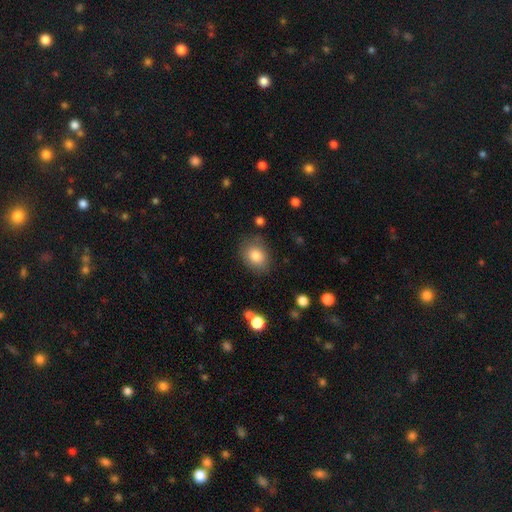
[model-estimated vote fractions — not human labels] Smooth or featured: smooth — 83% (star or artifact — 8%)
How rounded: in between — 60% (round — 39%)
Merging: none — 79% (minor disturbance — 14%)